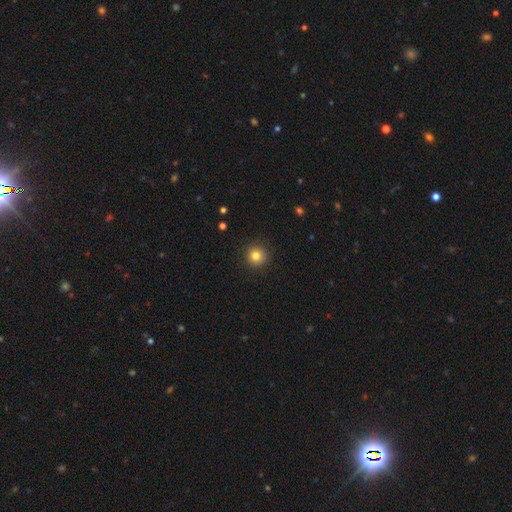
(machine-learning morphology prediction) Smooth or featured?
  - smooth: 81% *
  - star or artifact: 12%
  - featured or disk: 7%
How rounded?
  - round: 95% *
  - in between: 4%
  - cigar-shaped: 1%
Merging?
  - none: 91% *
  - minor disturbance: 6%
  - major disturbance: 2%
  - merger: 1%